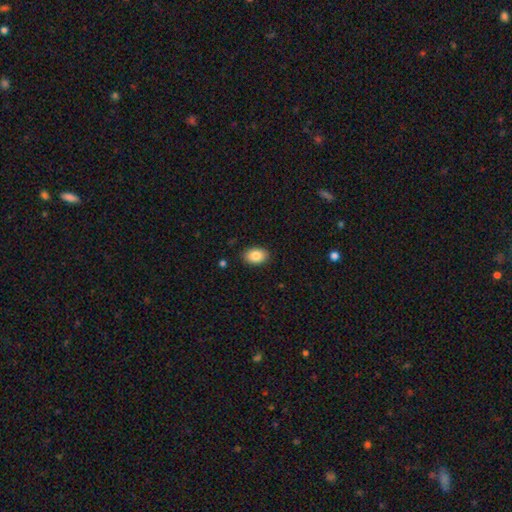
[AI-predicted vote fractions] Smooth or featured? smooth (86%)
How rounded? in between (86%)
Merging? none (88%)